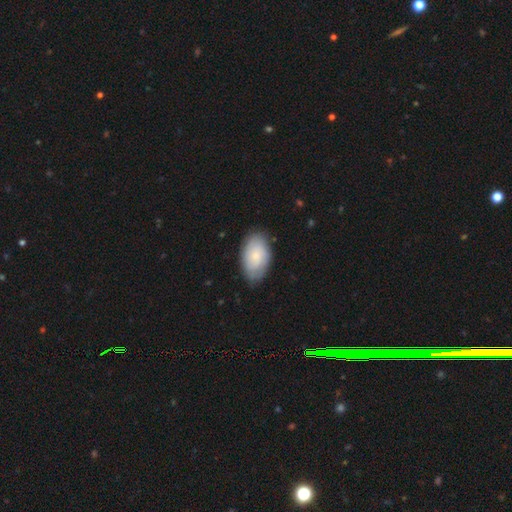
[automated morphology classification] Smooth or featured? Predicted: smooth (p=0.67). How rounded? Predicted: in between (p=0.94). Merging? Predicted: none (p=0.79).